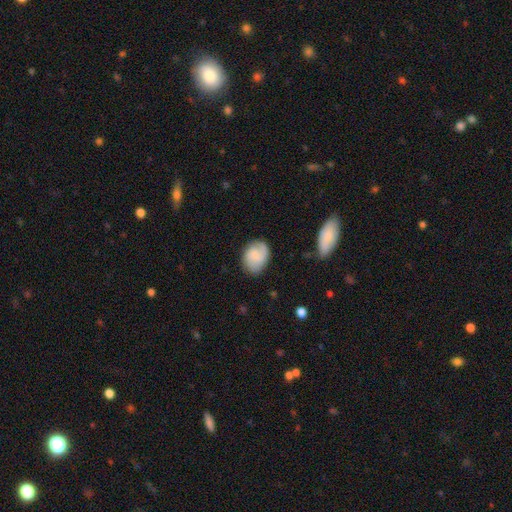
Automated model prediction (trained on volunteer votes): The model was most divided on "how rounded": in between: 62%, round: 37%, cigar-shaped: 1%. More confident: merging — none (70%); smooth or featured — smooth (59%).